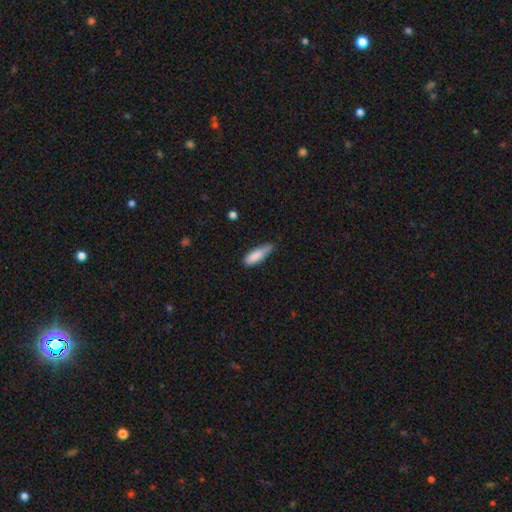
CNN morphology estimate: Smooth or featured? Predicted: smooth (p=0.84). How rounded? Predicted: cigar-shaped (p=0.51). Merging? Predicted: none (p=0.47).